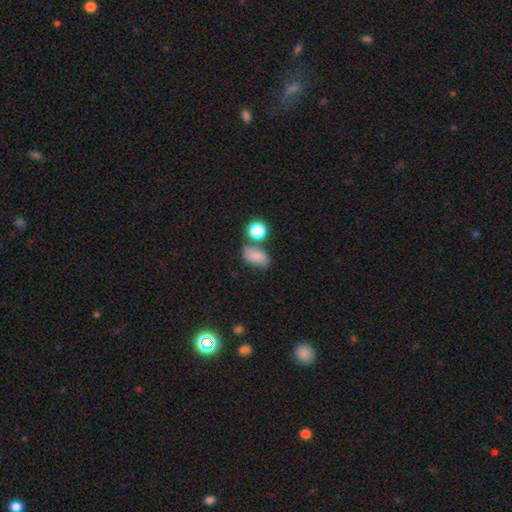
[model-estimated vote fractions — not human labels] Q: Smooth or featured?
A: smooth (76%); runner-up: featured or disk (13%)
Q: How rounded?
A: in between (81%); runner-up: round (17%)
Q: Merging?
A: none (55%); runner-up: minor disturbance (20%)